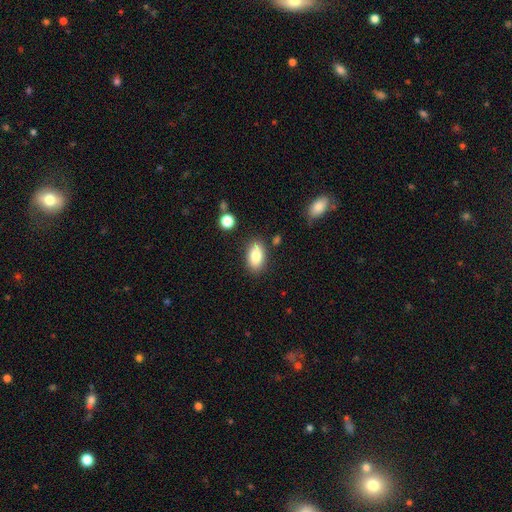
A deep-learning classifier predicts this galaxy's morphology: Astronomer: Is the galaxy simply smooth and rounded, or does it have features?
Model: smooth — 81%.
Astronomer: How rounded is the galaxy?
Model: in between — 90%.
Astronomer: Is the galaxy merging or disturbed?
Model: none — 81%.